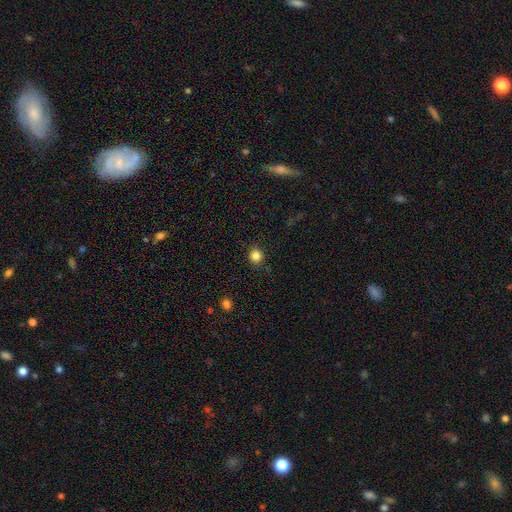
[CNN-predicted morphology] Smooth or featured?
  - smooth: 83% *
  - star or artifact: 12%
  - featured or disk: 5%
How rounded?
  - round: 89% *
  - in between: 10%
  - cigar-shaped: 1%
Merging?
  - none: 90% *
  - minor disturbance: 7%
  - major disturbance: 2%
  - merger: 1%